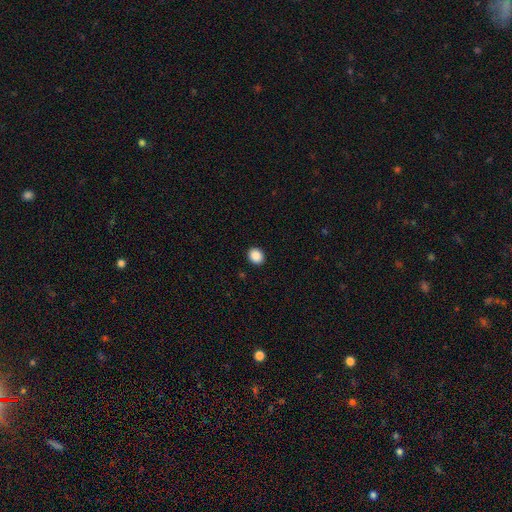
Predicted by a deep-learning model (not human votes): Smooth or featured?
  - smooth: 89% *
  - star or artifact: 9%
  - featured or disk: 2%
How rounded?
  - round: 65% *
  - in between: 34%
  - cigar-shaped: 1%
Merging?
  - none: 92% *
  - minor disturbance: 5%
  - major disturbance: 2%
  - merger: 1%